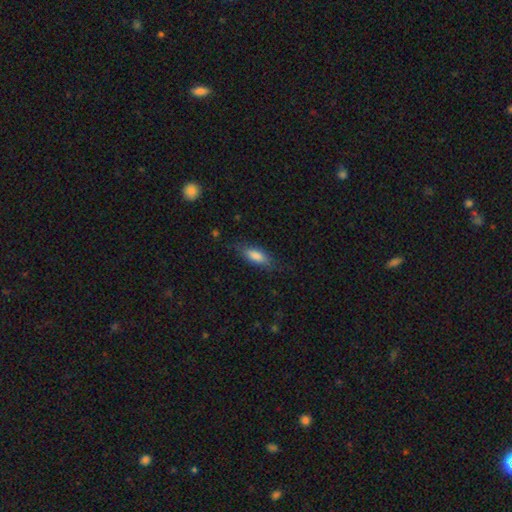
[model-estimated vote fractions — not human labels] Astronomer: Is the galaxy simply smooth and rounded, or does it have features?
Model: smooth — 80%.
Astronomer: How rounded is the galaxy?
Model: in between — 65%.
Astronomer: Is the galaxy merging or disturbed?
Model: none — 76%.